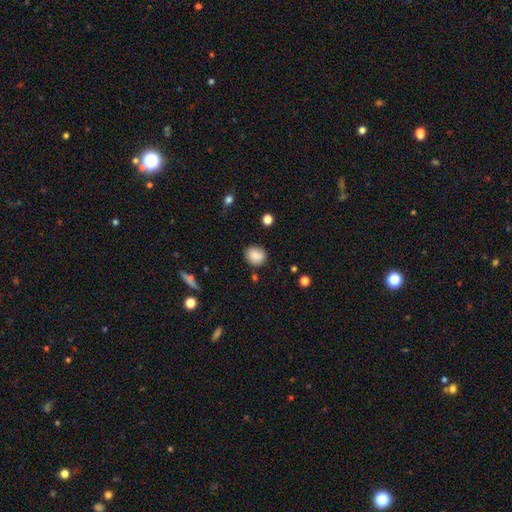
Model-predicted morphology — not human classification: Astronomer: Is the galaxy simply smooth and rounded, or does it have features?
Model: smooth — 84%.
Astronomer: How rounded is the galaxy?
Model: round — 70%.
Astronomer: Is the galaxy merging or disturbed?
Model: none — 79%.